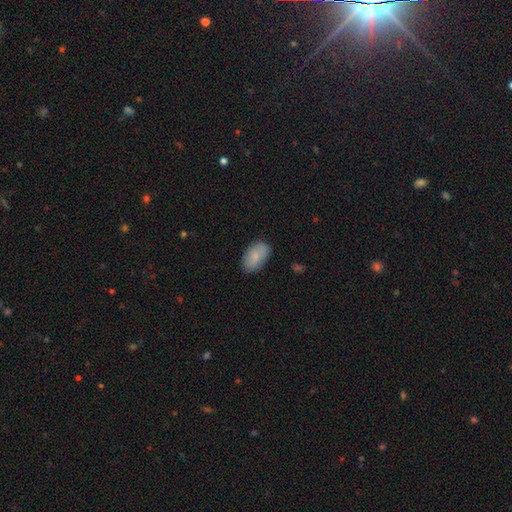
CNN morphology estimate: Smooth or featured? Predicted: smooth (p=0.81). How rounded? Predicted: in between (p=0.93). Merging? Predicted: none (p=0.81).